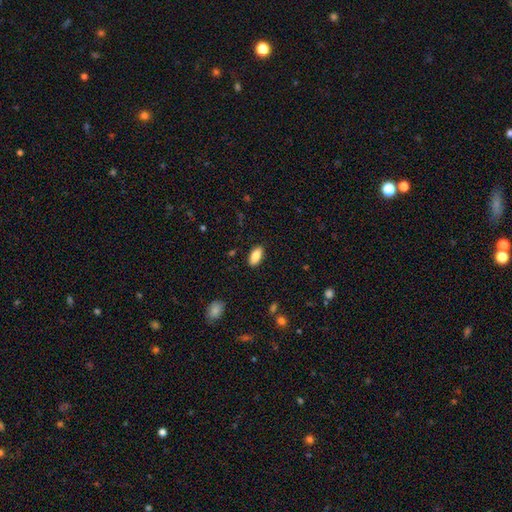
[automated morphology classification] The model was most divided on "smooth or featured": smooth: 85%, featured or disk: 8%, star or artifact: 7%. More confident: how rounded — in between (90%); merging — none (88%).